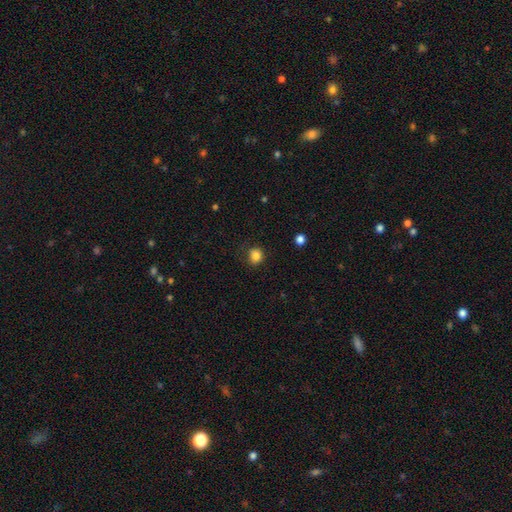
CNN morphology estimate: type=smooth (84%); roundness=round (81%); merging=none (80%).